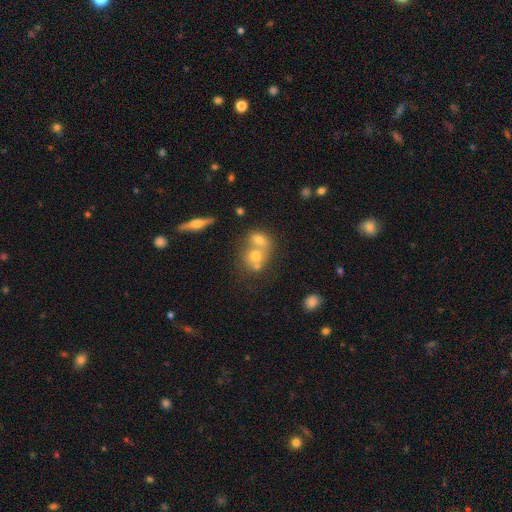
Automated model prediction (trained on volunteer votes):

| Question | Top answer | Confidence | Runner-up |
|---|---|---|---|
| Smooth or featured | smooth | 57% | featured or disk (29%) |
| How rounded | round | 63% | in between (35%) |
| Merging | merger | 63% | none (28%) |